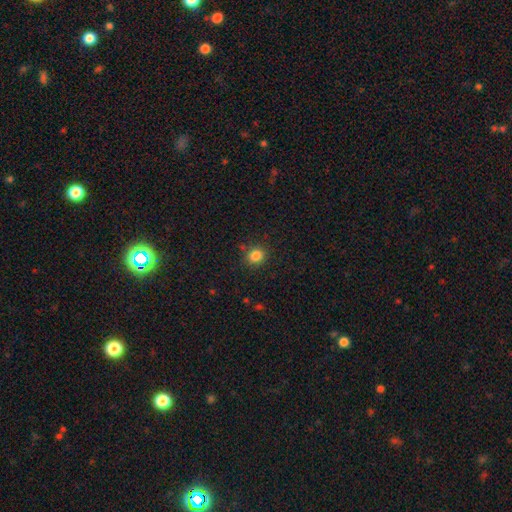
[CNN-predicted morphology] smooth 84%, star or artifact 12%, featured or disk 4%. Down the decision tree: how rounded — round (75%); merging — none (84%).